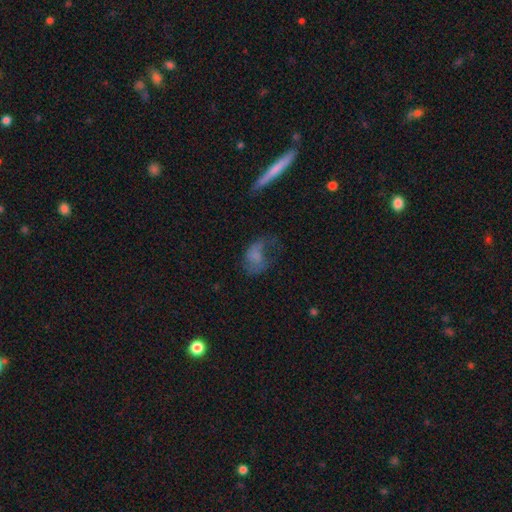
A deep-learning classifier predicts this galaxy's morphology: smooth 52%, featured or disk 35%, star or artifact 14%. Down the decision tree: how rounded — in between (76%); merging — major disturbance (47%).